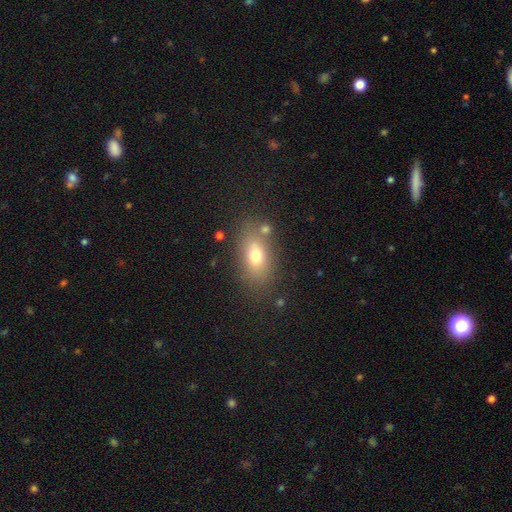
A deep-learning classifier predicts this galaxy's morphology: smooth-or-featured: smooth: 71% | featured or disk: 17% | star or artifact: 12%
  how-rounded: in between: 81% | round: 15% | cigar-shaped: 4%
  merging: none: 73% | minor disturbance: 14% | merger: 8% | major disturbance: 5%